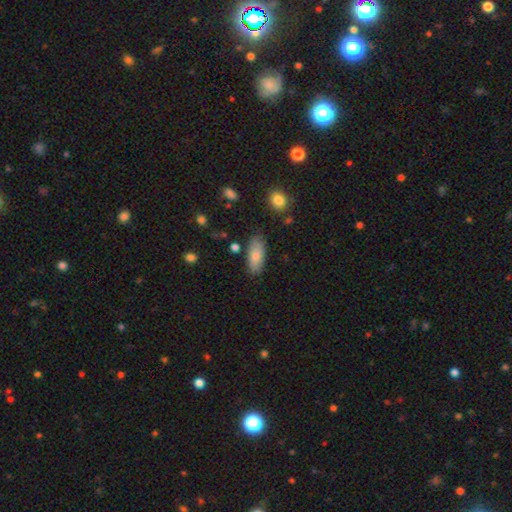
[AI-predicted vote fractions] Smooth or featured? Predicted: smooth (p=0.79). How rounded? Predicted: in between (p=0.82). Merging? Predicted: none (p=0.77).